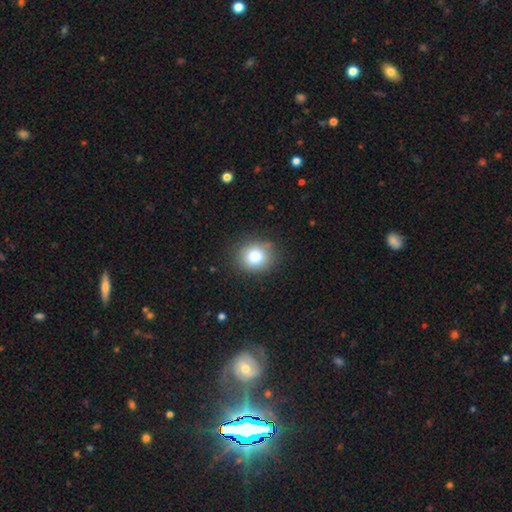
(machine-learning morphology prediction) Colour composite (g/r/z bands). It shows a smooth galaxy with no disk features (79%) that is round (81%). Merging: none (85%).